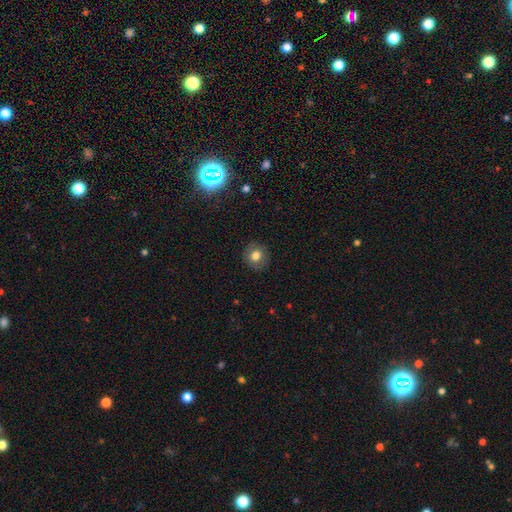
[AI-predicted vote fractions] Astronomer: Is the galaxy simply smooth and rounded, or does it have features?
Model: smooth — 76%.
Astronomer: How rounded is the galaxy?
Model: round — 86%.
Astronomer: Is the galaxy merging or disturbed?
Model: none — 89%.